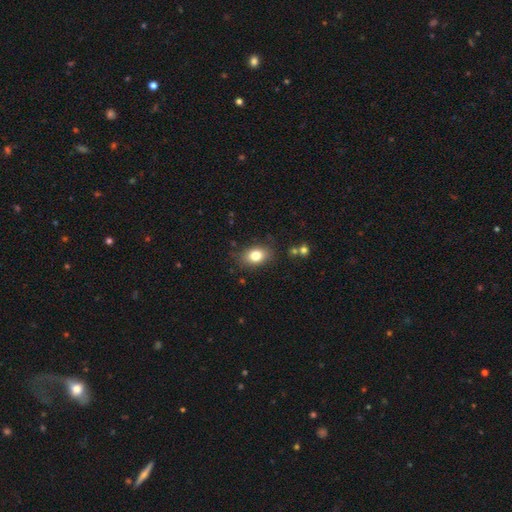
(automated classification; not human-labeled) smooth-or-featured: smooth: 80% | featured or disk: 10% | star or artifact: 10%
  how-rounded: in between: 75% | round: 24% | cigar-shaped: 1%
  merging: none: 81% | minor disturbance: 13% | major disturbance: 4% | merger: 2%